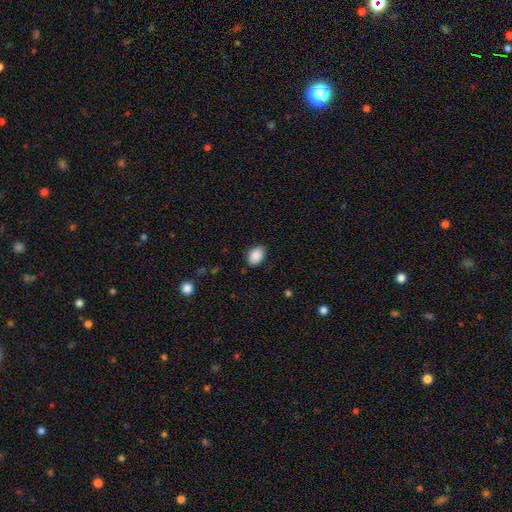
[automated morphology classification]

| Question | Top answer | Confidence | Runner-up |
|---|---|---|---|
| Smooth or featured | smooth | 90% | star or artifact (7%) |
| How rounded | in between | 82% | round (17%) |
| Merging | none | 85% | minor disturbance (12%) |